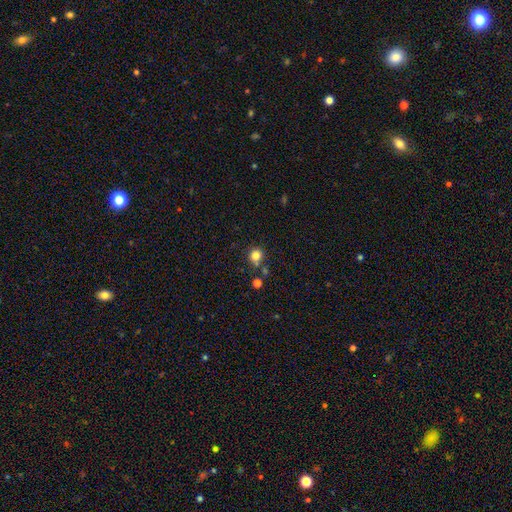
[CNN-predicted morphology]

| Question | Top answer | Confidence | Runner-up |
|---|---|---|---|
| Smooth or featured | smooth | 82% | star or artifact (13%) |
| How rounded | round | 89% | in between (10%) |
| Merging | none | 76% | merger (11%) |